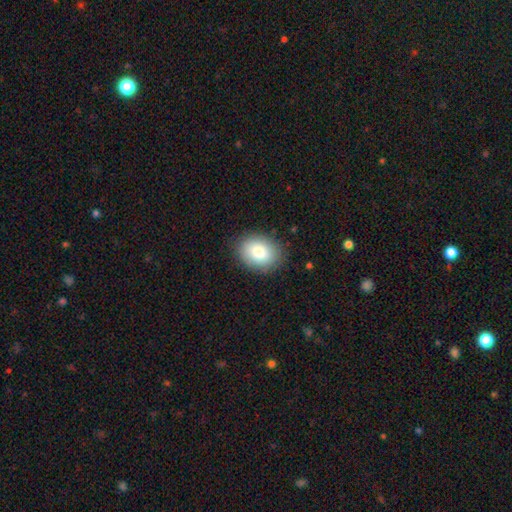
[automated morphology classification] Smooth or featured: smooth — 84% (featured or disk — 8%)
How rounded: in between — 68% (round — 31%)
Merging: none — 86% (minor disturbance — 10%)